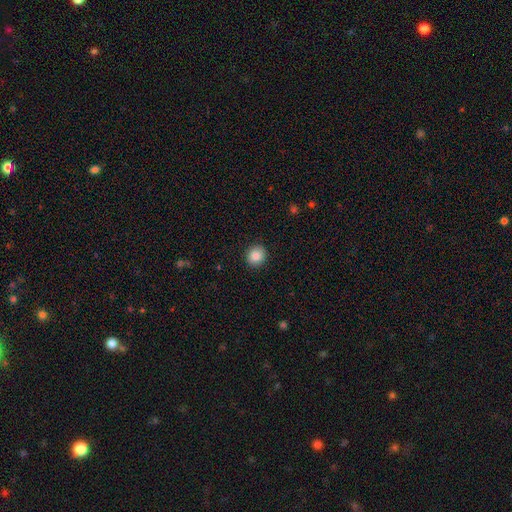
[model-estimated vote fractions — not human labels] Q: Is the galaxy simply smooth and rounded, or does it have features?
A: smooth — 86%.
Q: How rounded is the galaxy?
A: round — 83%.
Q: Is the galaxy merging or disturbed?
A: none — 91%.